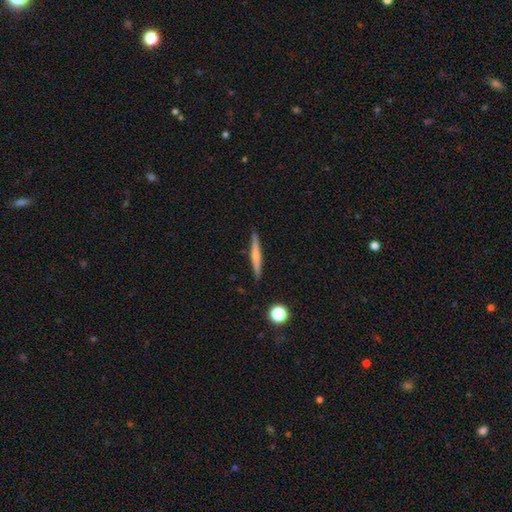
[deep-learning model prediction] Q: Smooth or featured?
A: smooth (50%); runner-up: featured or disk (44%)
Q: Merging?
A: none (89%); runner-up: minor disturbance (8%)